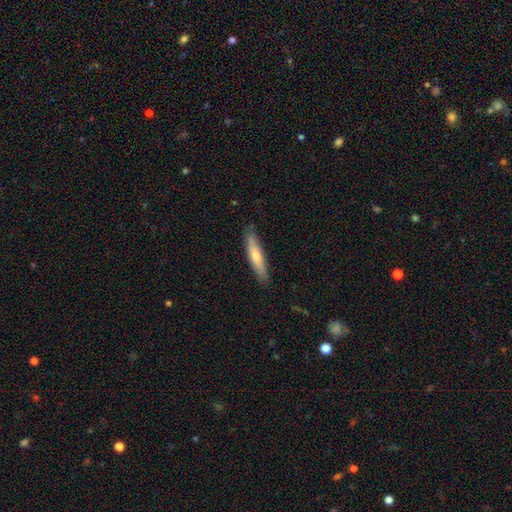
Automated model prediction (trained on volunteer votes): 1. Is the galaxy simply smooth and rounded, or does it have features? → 65% smooth, 30% featured or disk, 5% star or artifact.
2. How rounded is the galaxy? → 84% cigar-shaped, 14% in between, 1% round.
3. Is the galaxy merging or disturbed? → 86% none, 11% minor disturbance, 2% major disturbance, 1% merger.